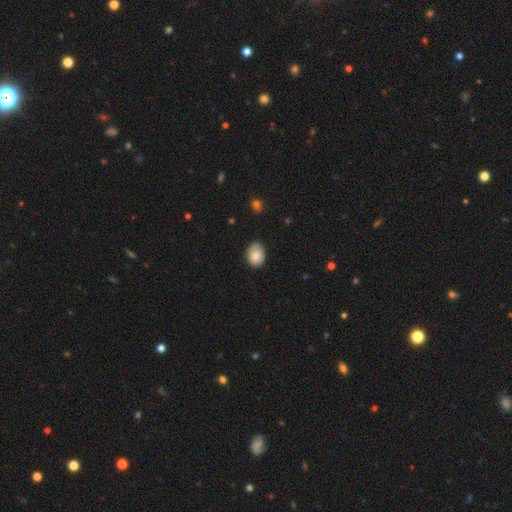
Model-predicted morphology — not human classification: Smooth or featured?
  - smooth: 77% *
  - featured or disk: 15%
  - star or artifact: 7%
How rounded?
  - in between: 55% *
  - round: 44%
  - cigar-shaped: 1%
Merging?
  - none: 69% *
  - minor disturbance: 25%
  - major disturbance: 5%
  - merger: 1%